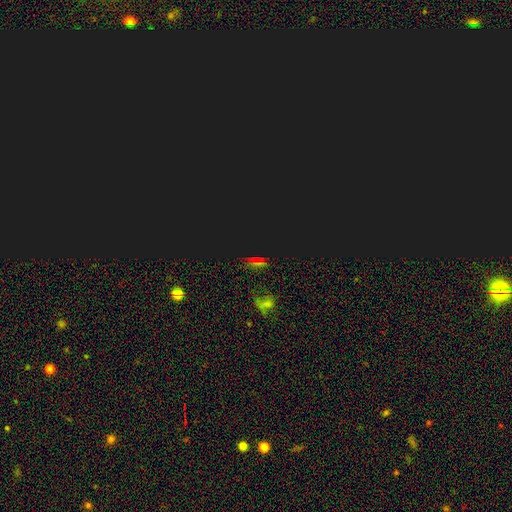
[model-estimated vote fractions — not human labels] The model was most divided on "smooth or featured": star or artifact: 78%, smooth: 15%, featured or disk: 7%.